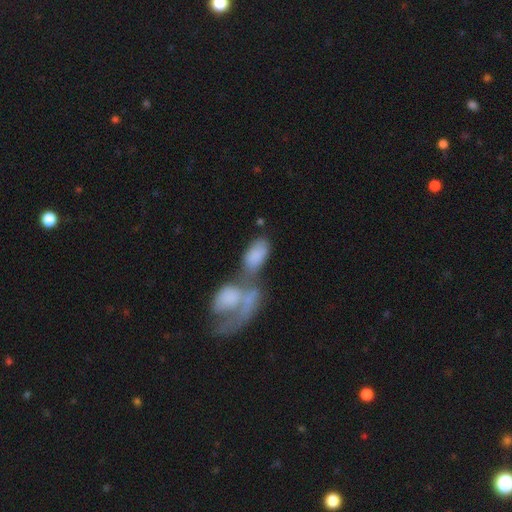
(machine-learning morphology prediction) This is likely a smooth galaxy (77%). How rounded: clearly in between (92%). Merging: possibly merger (56%).